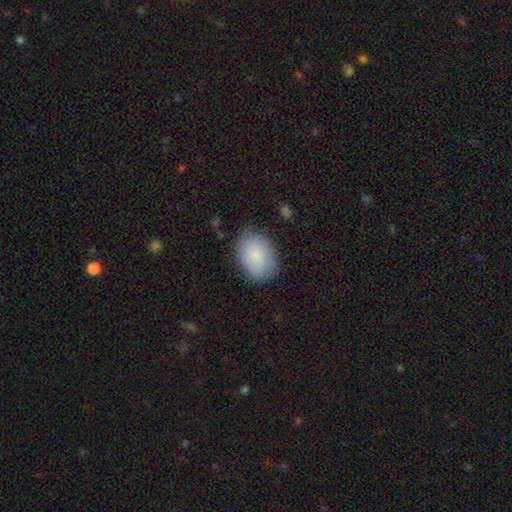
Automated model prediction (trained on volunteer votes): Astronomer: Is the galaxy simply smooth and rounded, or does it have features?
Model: smooth — 84%.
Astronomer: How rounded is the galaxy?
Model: in between — 77%.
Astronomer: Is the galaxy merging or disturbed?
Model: none — 78%.